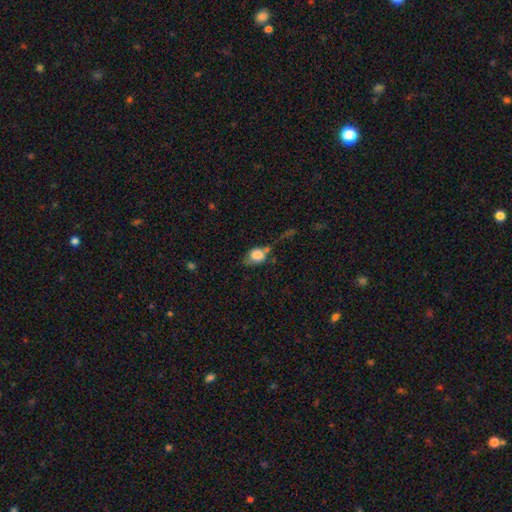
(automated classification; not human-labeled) Smooth or featured? smooth (74%)
How rounded? in between (65%)
Merging? none (30%)